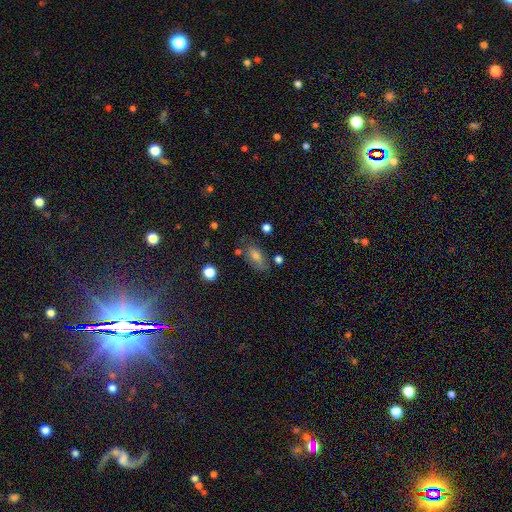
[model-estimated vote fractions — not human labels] smooth 59%, featured or disk 25%, star or artifact 16%. Down the decision tree: how rounded — in between (81%); merging — none (69%).